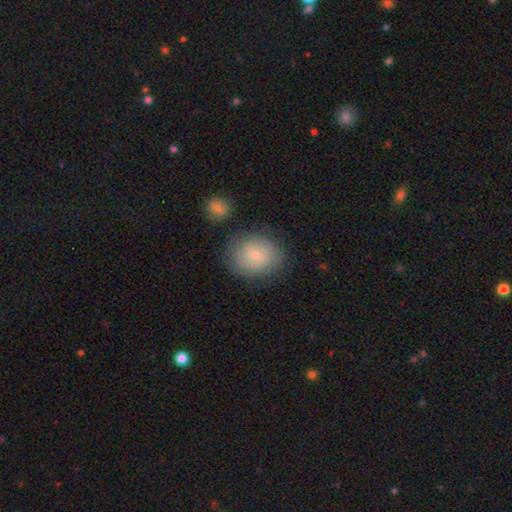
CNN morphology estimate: type=smooth (63%); roundness=round (64%); merging=none (76%).